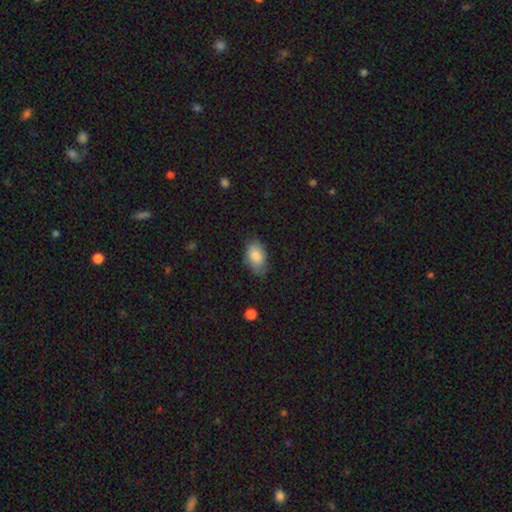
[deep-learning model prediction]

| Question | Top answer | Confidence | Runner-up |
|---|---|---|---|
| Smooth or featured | smooth | 85% | featured or disk (9%) |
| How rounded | in between | 91% | round (7%) |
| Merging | none | 68% | minor disturbance (25%) |